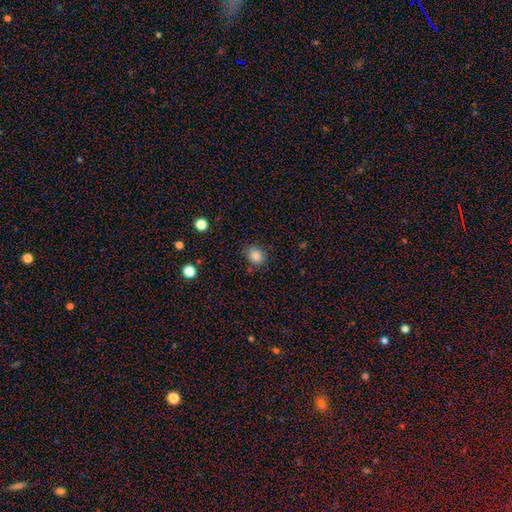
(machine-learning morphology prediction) This is clearly a smooth galaxy (83%). How rounded: likely round (65%). Merging: clearly none (80%).